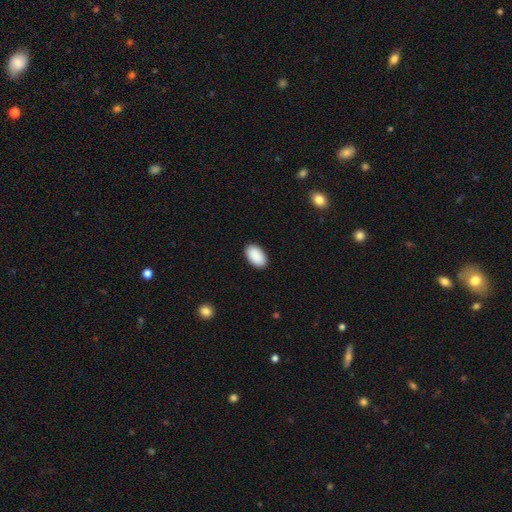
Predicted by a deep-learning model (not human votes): smooth 92%, star or artifact 6%, featured or disk 2%. Down the decision tree: how rounded — in between (95%); merging — none (90%).